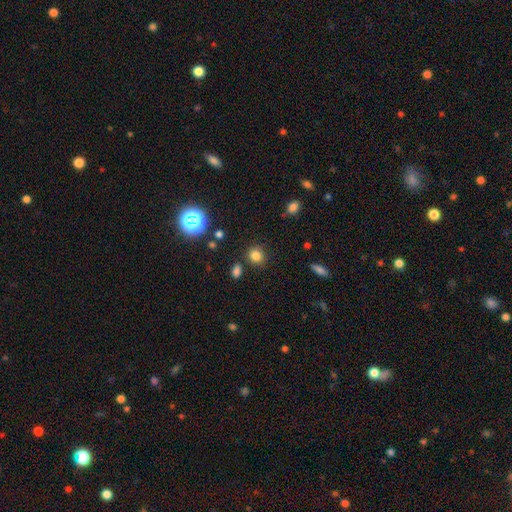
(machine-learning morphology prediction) Smooth or featured: smooth — 79% (star or artifact — 15%)
How rounded: round — 76% (in between — 23%)
Merging: none — 83% (minor disturbance — 10%)